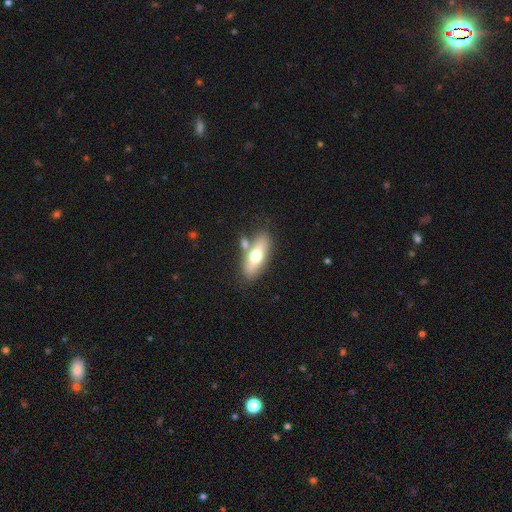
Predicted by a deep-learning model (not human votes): Smooth or featured? smooth (62%)
How rounded? in between (67%)
Merging? none (68%)